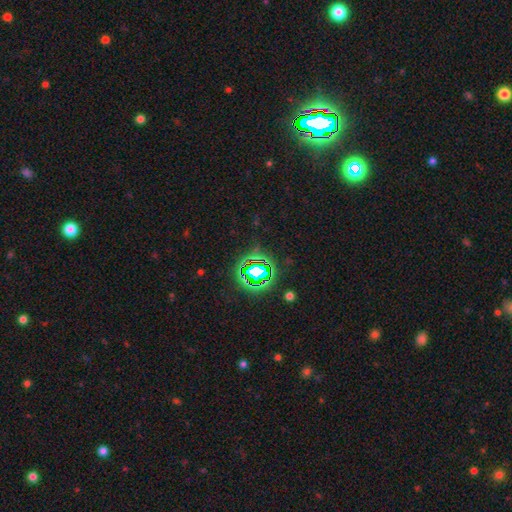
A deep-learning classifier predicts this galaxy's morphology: smooth-or-featured: star or artifact: 80% | smooth: 11% | featured or disk: 8%